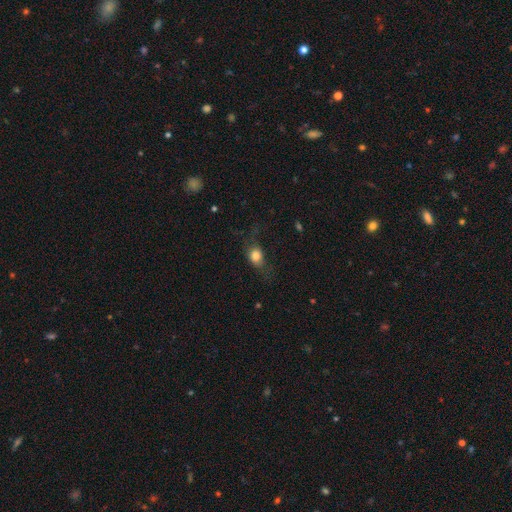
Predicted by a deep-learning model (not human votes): smooth 75%, featured or disk 15%, star or artifact 10%. Down the decision tree: how rounded — in between (56%); merging — none (52%).